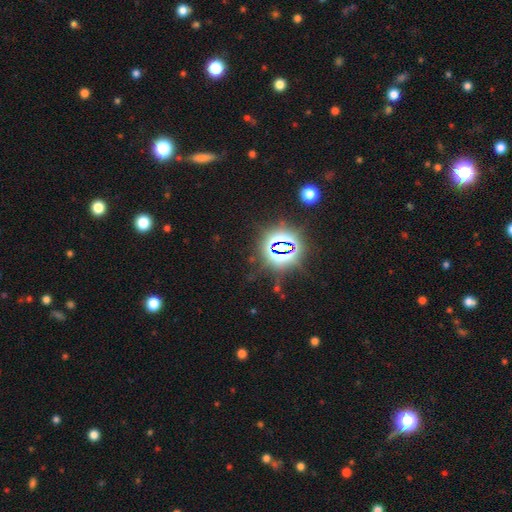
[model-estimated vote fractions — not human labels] A star or artifact, not a galaxy (81%).